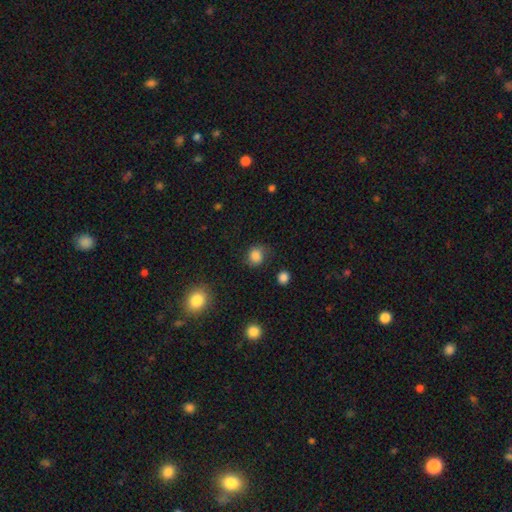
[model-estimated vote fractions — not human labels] This appears to be a smooth galaxy with no disk features (82%) that is round (72%). Merging: none (67%).